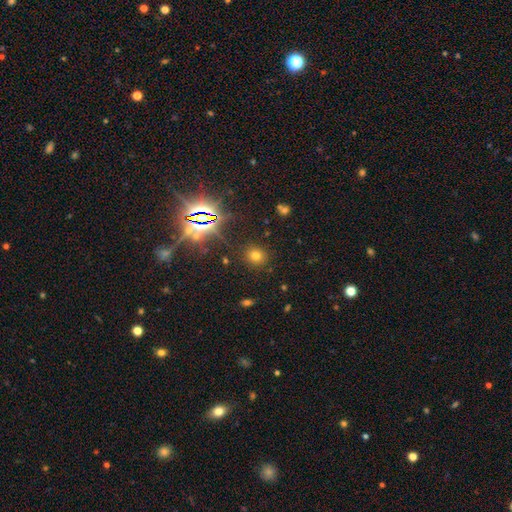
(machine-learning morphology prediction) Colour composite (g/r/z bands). It shows a smooth galaxy with no disk features (67%) that is round (82%). Merging: none (87%).